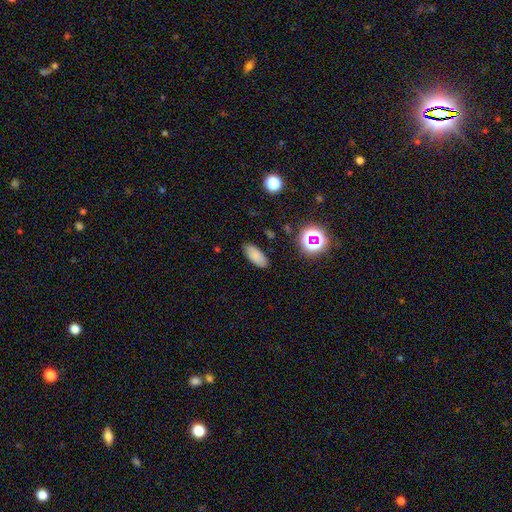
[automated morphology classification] A smooth galaxy with no disk features (81%) that is in between round and cigar-shaped (87%).

Vote fractions:
- Smooth or featured? smooth: 81% / star or artifact: 13% / featured or disk: 6%
- How rounded? in between: 87% / cigar-shaped: 11% / round: 3%
- Merging? none: 86% / minor disturbance: 10% / major disturbance: 3% / merger: 1%